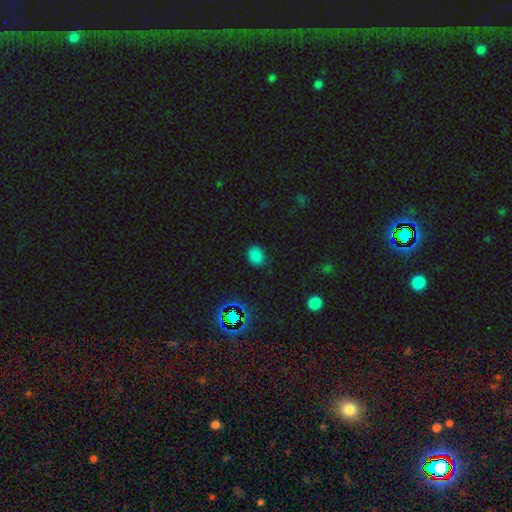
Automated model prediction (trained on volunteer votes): Smooth or featured?
  - smooth: 76% *
  - star or artifact: 19%
  - featured or disk: 4%
How rounded?
  - in between: 56% *
  - round: 43%
  - cigar-shaped: 1%
Merging?
  - none: 83% *
  - minor disturbance: 12%
  - major disturbance: 3%
  - merger: 1%